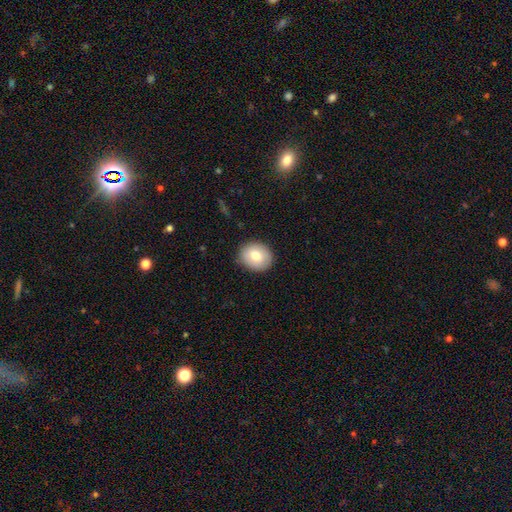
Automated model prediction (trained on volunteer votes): This appears to be a smooth galaxy with no disk features (75%) that is round (70%). Merging: none (88%).